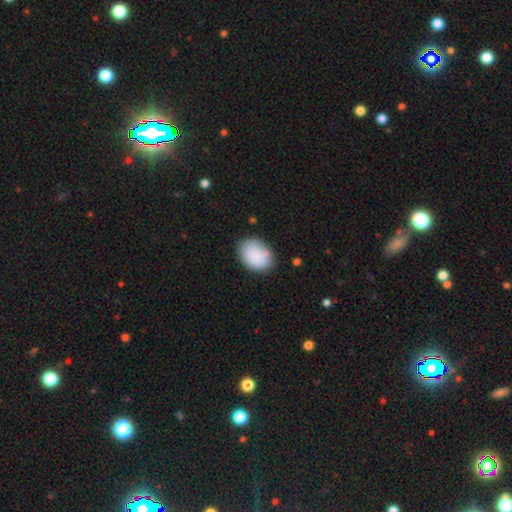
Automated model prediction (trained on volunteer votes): Morphology: type=smooth (88%); roundness=in between (74%); merging=none (76%).